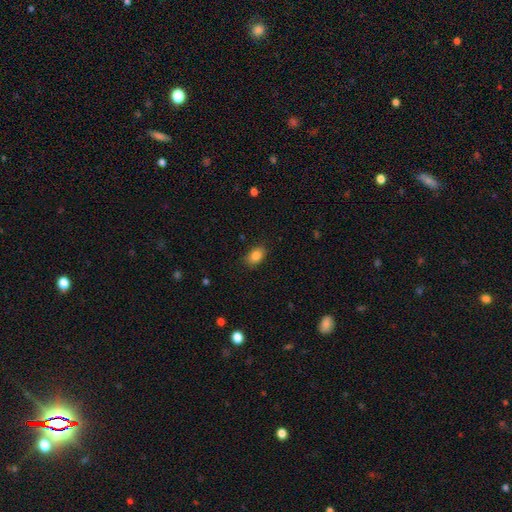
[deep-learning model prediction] Smooth or featured? Predicted: smooth (p=0.84). How rounded? Predicted: in between (p=0.81). Merging? Predicted: none (p=0.85).